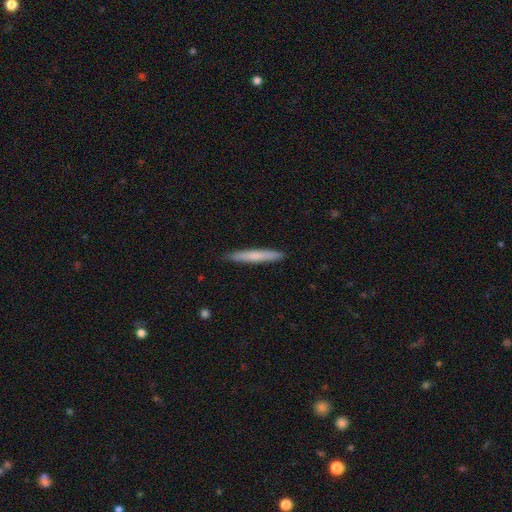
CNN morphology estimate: type=smooth (67%); roundness=cigar-shaped (96%); merging=none (91%).